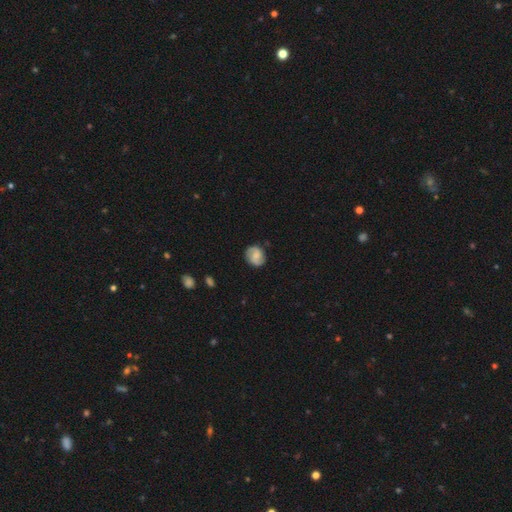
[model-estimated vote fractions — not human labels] This appears to be a featured or disk galaxy (60%) with no bar (48%), 2 (87%) medium (46%) spiral arms (93%) and a small central bulge (35%). Merging: none (81%).